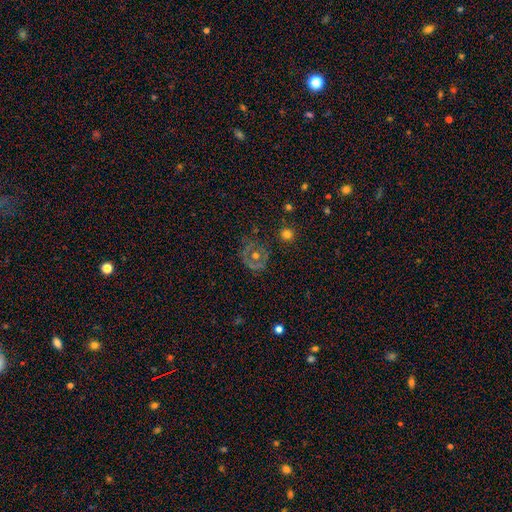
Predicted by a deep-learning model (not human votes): Smooth or featured?
  - featured or disk: 48% *
  - smooth: 33%
  - star or artifact: 19%
Merging?
  - none: 67% *
  - minor disturbance: 18%
  - major disturbance: 12%
  - merger: 3%